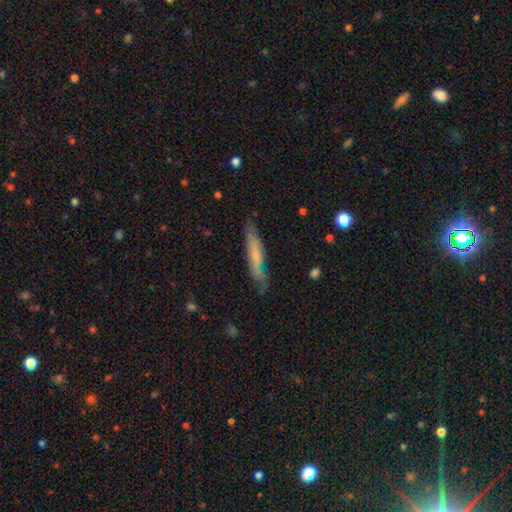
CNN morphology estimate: smooth 52%, featured or disk 42%, star or artifact 7%. Down the decision tree: how rounded — cigar-shaped (87%); merging — none (69%).